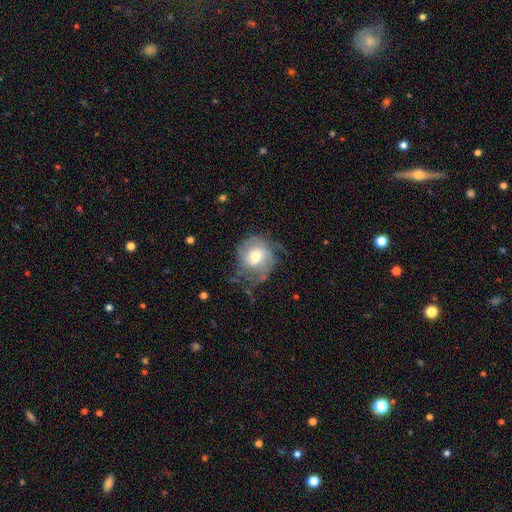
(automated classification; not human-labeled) Overall: featured or disk (66%). Edge-on disk: no (97%). Bar: no (66%; weak 29%). Spiral arms: yes (85%). Spiral arm count: 2 (38%; can't tell 33%). Spiral winding: tight (46%; medium 37%). Bulge size: moderate (69%). Merging: none (51%; minor disturbance 27%).